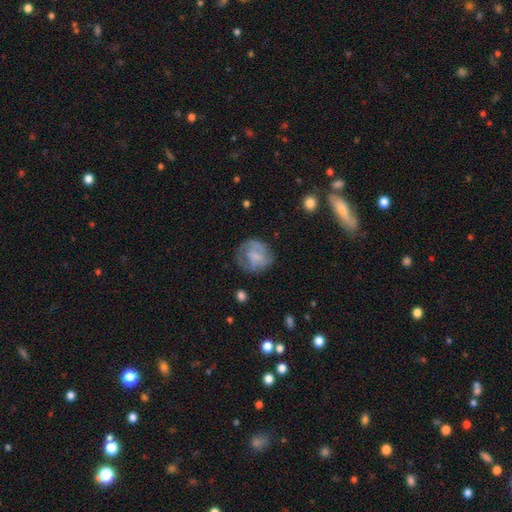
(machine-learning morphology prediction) Smooth or featured? featured or disk (47%)
Merging? none (61%)